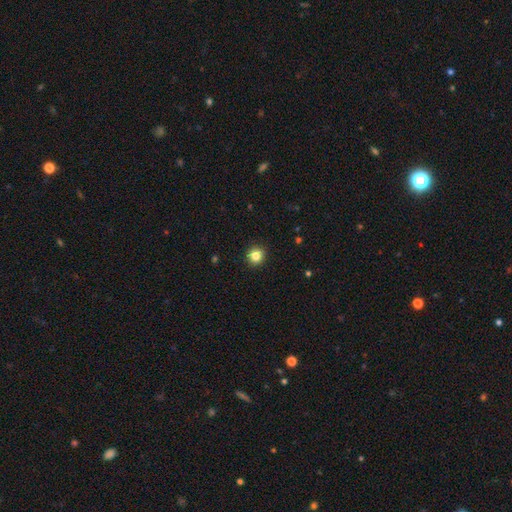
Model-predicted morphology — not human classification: smooth 84%, star or artifact 11%, featured or disk 5%. Down the decision tree: how rounded — round (92%); merging — none (92%).